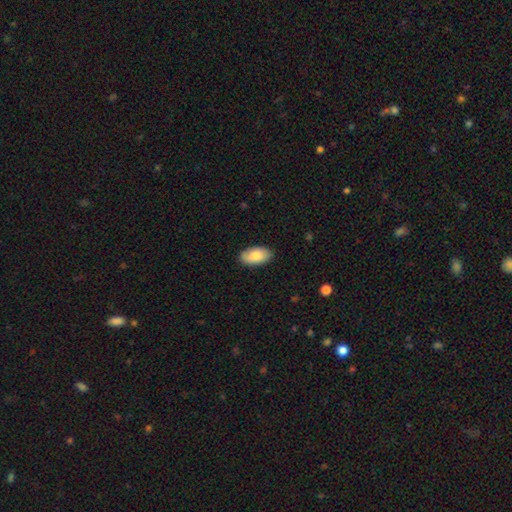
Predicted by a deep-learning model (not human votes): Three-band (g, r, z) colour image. It shows a smooth galaxy with no disk features (82%) that is in between round and cigar-shaped (95%). Merging: none (85%).